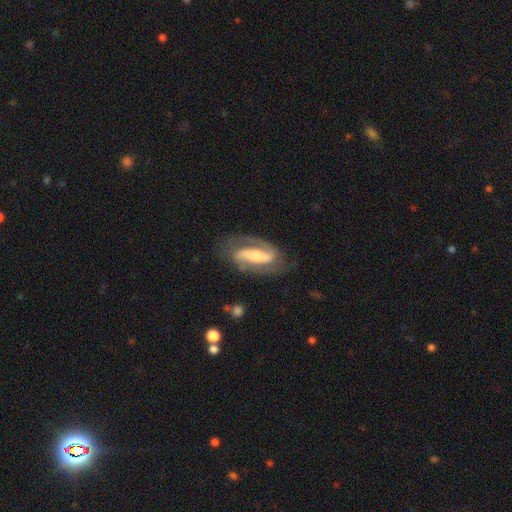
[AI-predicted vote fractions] This appears to be a featured or disk galaxy (87%) with a strong bar (53%), 2 (90%) medium (49%) spiral arms (95%) and a moderate central bulge (46%). Merging: none (80%).